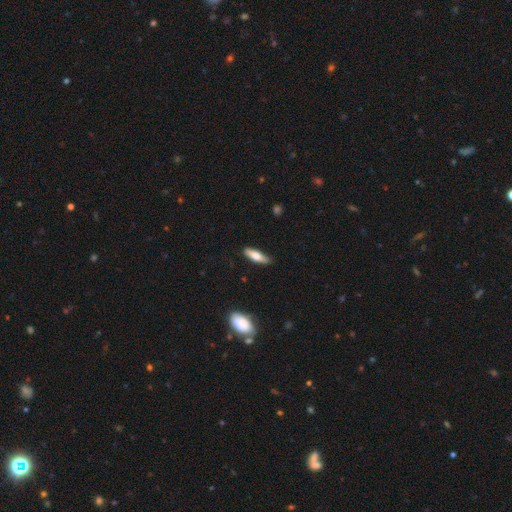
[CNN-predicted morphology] This is likely a smooth galaxy (67%). How rounded: possibly cigar-shaped (57%). Merging: clearly none (81%).